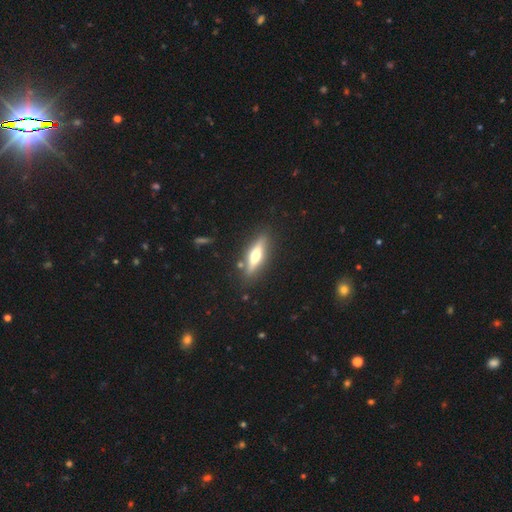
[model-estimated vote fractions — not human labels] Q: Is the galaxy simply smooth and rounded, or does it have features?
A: featured or disk — 54%.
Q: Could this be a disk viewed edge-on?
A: yes — 90%.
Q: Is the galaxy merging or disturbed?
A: none — 85%.